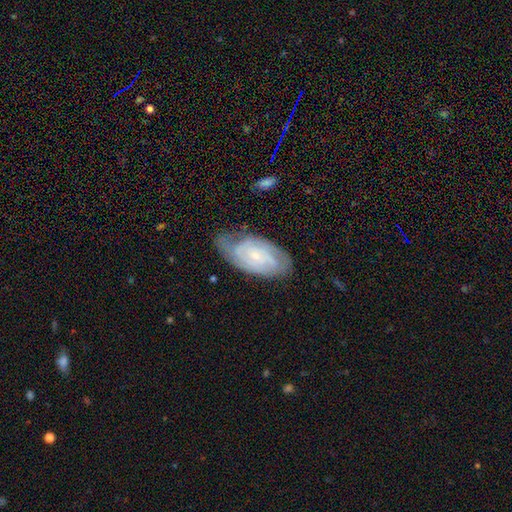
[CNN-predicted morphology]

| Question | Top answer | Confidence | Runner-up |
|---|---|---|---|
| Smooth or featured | featured or disk | 75% | smooth (18%) |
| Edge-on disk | no | 95% | yes (5%) |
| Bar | no | 63% | weak (31%) |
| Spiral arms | yes | 93% | no (7%) |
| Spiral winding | tight | 64% | medium (29%) |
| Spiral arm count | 2 | 38% | can't tell (35%) |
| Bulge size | small | 77% | moderate (17%) |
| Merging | none | 65% | minor disturbance (25%) |